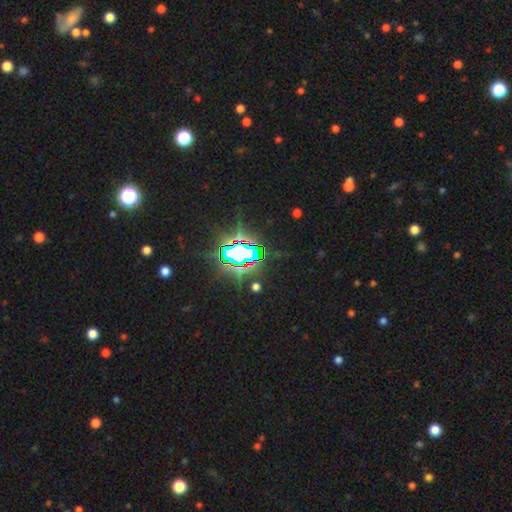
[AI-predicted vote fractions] The model was most divided on "smooth or featured": star or artifact: 78%, smooth: 12%, featured or disk: 10%.